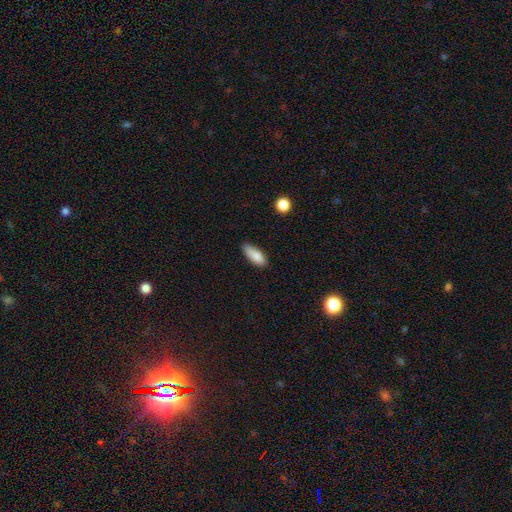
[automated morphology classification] Smooth or featured? smooth (84%)
How rounded? in between (74%)
Merging? none (70%)